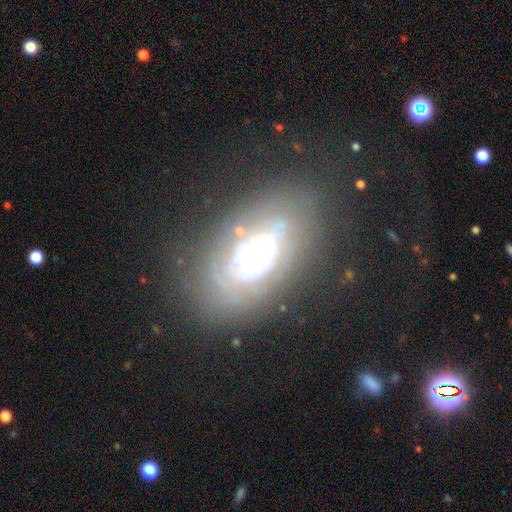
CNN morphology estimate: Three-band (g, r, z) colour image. It shows a featured or disk galaxy (74%) with no bar (71%), spiral arms (67%) and a moderate central bulge (62%). Merging: none (69%).